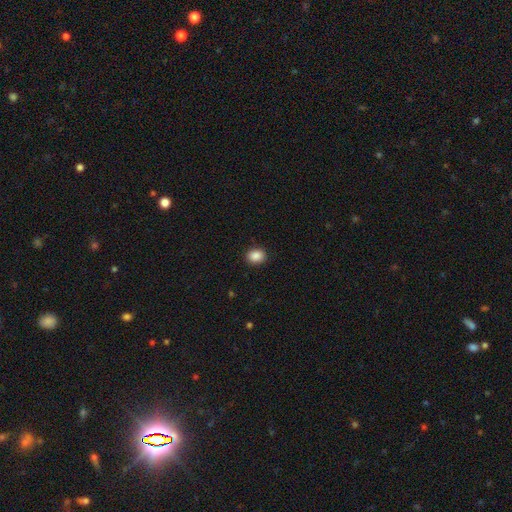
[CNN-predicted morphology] smooth-or-featured: smooth: 88% | star or artifact: 9% | featured or disk: 3%
  how-rounded: in between: 50% | round: 49% | cigar-shaped: 1%
  merging: none: 90% | minor disturbance: 7% | major disturbance: 2% | merger: 1%